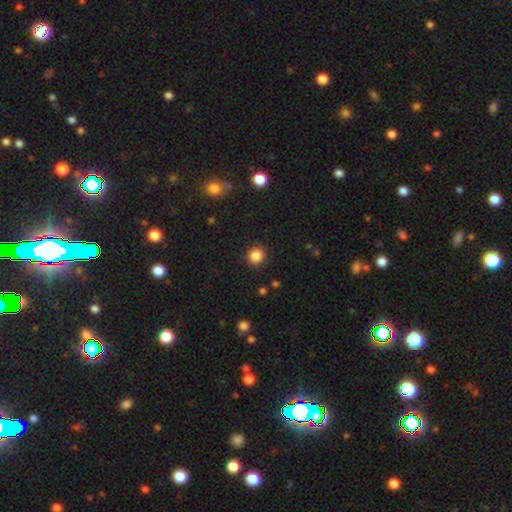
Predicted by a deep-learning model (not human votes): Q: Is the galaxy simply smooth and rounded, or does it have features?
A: smooth — 85%.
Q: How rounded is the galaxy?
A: round — 94%.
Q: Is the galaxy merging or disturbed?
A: none — 92%.